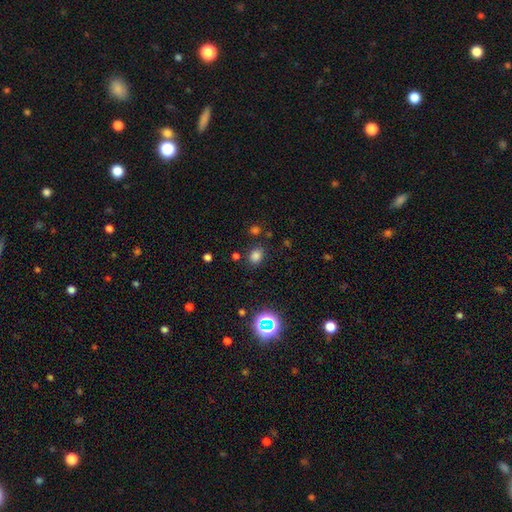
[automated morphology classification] smooth_or_featured: smooth (p=0.75) [alt: star or artifact p=0.20]
how_rounded: round (p=0.54) [alt: in between p=0.45]
merging: none (p=0.80) [alt: minor disturbance p=0.11]